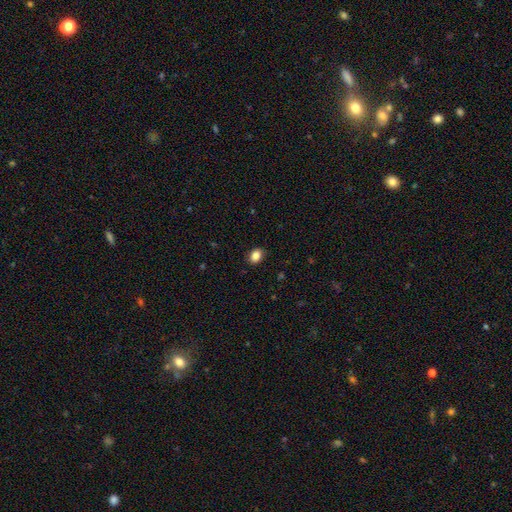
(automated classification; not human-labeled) Smooth or featured? smooth (85%)
How rounded? in between (66%)
Merging? none (88%)